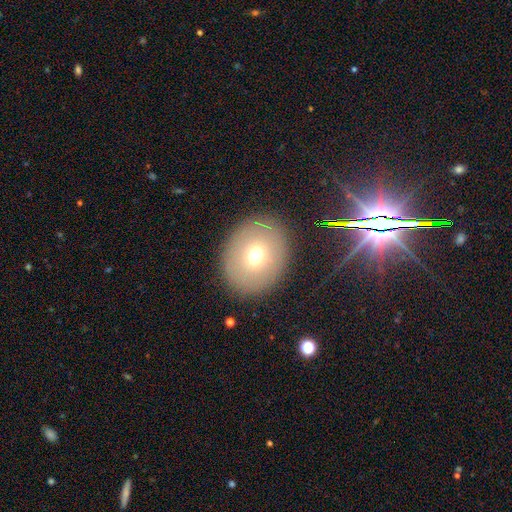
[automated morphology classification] Smooth or featured? smooth (66%)
How rounded? round (60%)
Merging? none (86%)